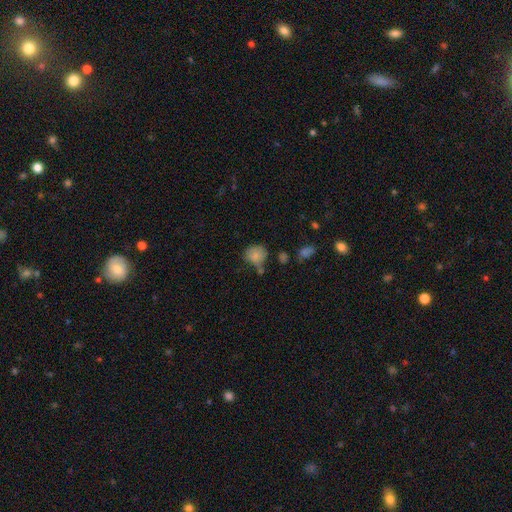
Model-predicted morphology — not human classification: type=smooth (78%); roundness=round (63%); merging=none (44%).